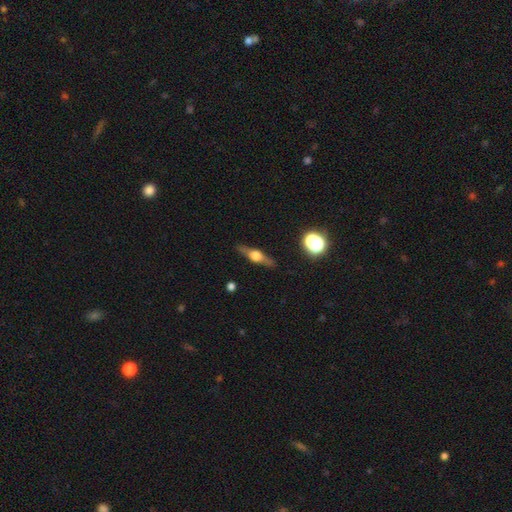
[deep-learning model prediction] Morphology: type=featured or disk (71%); edge-on=yes (95%); edge-on bulge=rounded (94%); merging=none (86%).